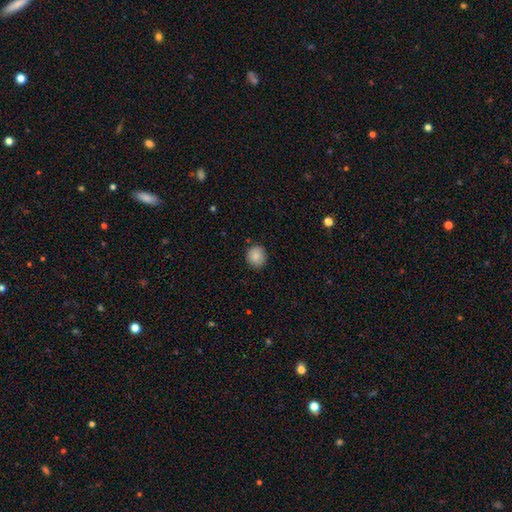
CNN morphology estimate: smooth 86%, star or artifact 9%, featured or disk 5%. Down the decision tree: how rounded — round (87%); merging — none (88%).